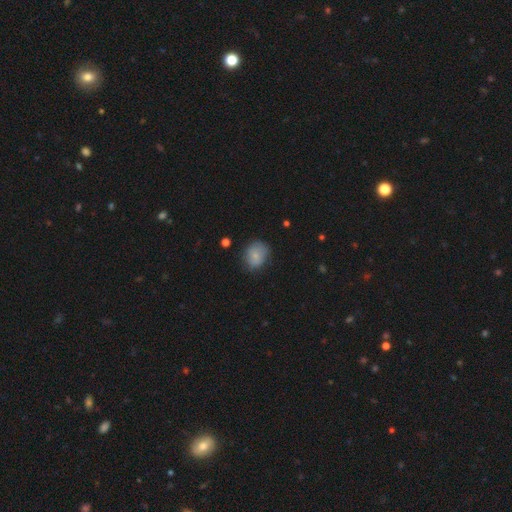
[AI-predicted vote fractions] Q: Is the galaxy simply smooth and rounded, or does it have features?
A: smooth — 78%.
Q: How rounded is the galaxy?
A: round — 60%.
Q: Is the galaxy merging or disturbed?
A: none — 69%.